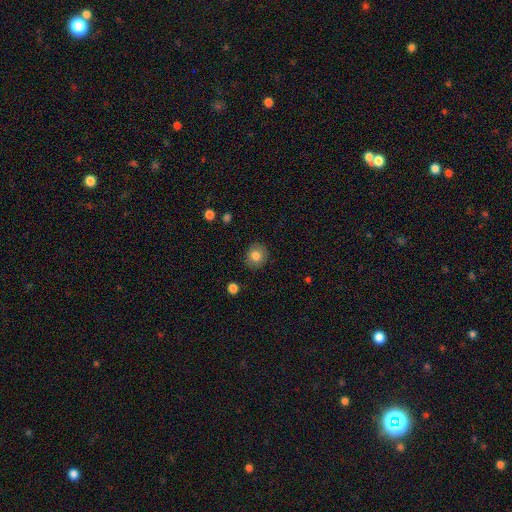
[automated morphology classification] Overall: smooth (82%). How rounded: round (83%). Merging: none (88%).